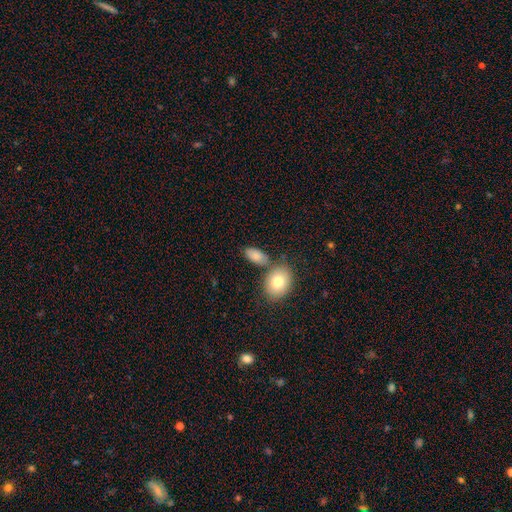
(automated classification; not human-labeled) Q: Smooth or featured?
A: smooth (82%); runner-up: featured or disk (10%)
Q: How rounded?
A: in between (90%); runner-up: round (7%)
Q: Merging?
A: none (65%); runner-up: merger (17%)